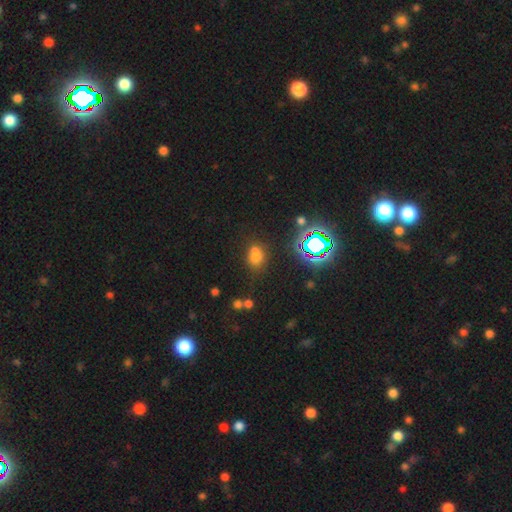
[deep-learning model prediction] A smooth galaxy with no disk features (61%) that is in between round and cigar-shaped (55%).

Vote fractions:
- Smooth or featured? smooth: 61% / star or artifact: 28% / featured or disk: 11%
- How rounded? in between: 55% / round: 43% / cigar-shaped: 2%
- Merging? none: 54% / merger: 25% / minor disturbance: 15% / major disturbance: 6%